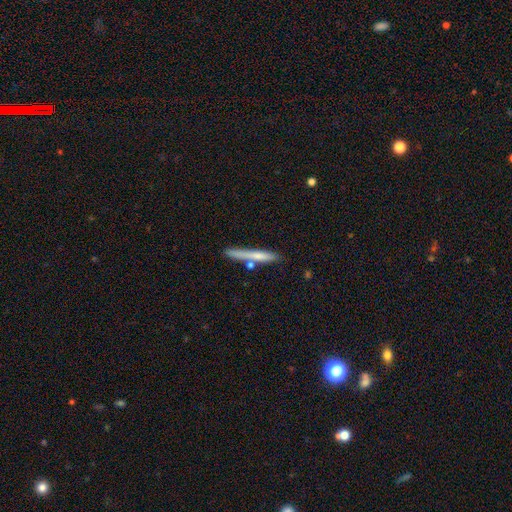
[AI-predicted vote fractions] smooth 64%, featured or disk 30%, star or artifact 6%. Down the decision tree: how rounded — cigar-shaped (94%); merging — none (72%).